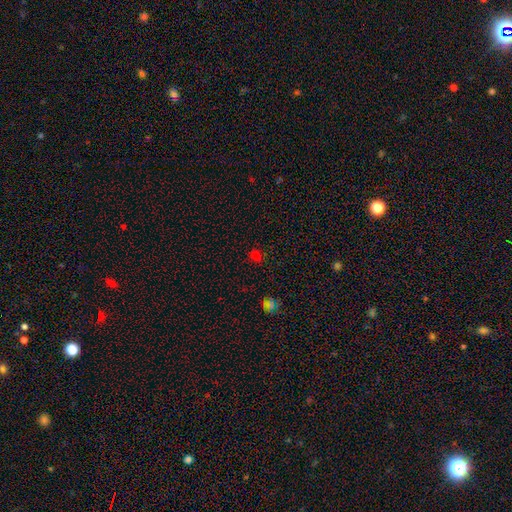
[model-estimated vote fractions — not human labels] Morphology: type=smooth (68%); roundness=round (84%); merging=none (87%).